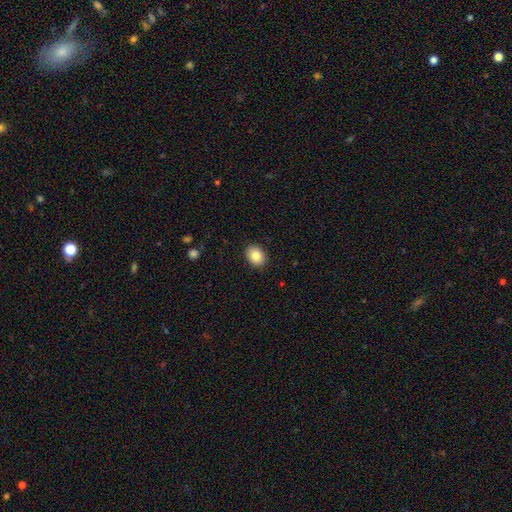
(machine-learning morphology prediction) type=smooth (85%); roundness=in between (67%); merging=none (90%).